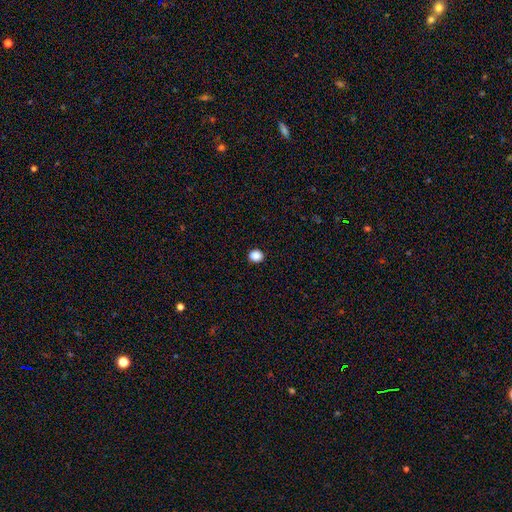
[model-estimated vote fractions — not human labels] smooth_or_featured: smooth (p=0.88) [alt: star or artifact p=0.10]
how_rounded: round (p=0.84) [alt: in between p=0.15]
merging: none (p=0.92) [alt: minor disturbance p=0.05]